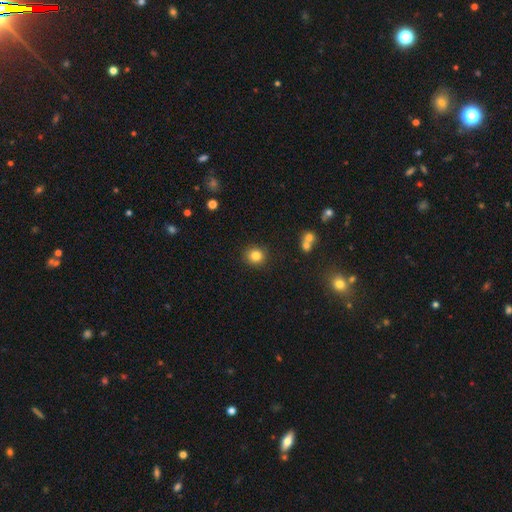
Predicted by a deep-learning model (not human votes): smooth-or-featured: smooth: 83% | star or artifact: 11% | featured or disk: 6%
  how-rounded: round: 88% | in between: 11% | cigar-shaped: 1%
  merging: none: 89% | minor disturbance: 7% | merger: 3% | major disturbance: 2%